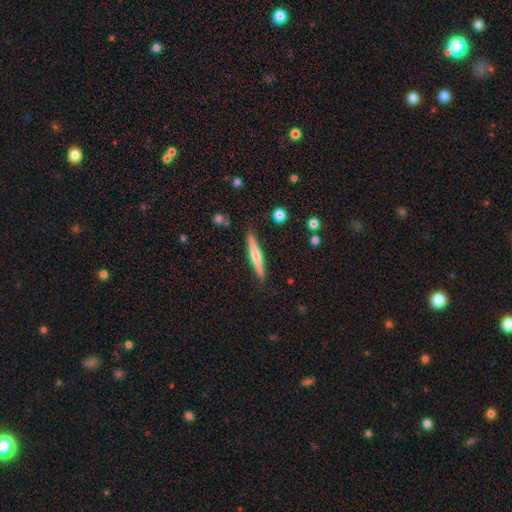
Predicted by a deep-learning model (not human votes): Morphology: type=featured or disk (59%); edge-on=yes (97%); edge-on bulge=rounded (74%); merging=none (89%).